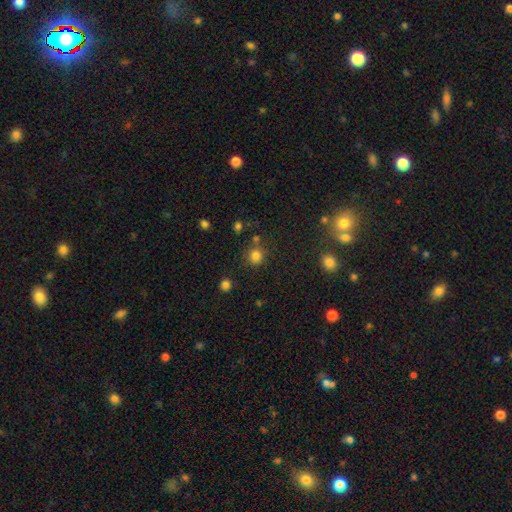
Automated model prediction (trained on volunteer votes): Q: Smooth or featured?
A: smooth (80%); runner-up: star or artifact (15%)
Q: How rounded?
A: round (88%); runner-up: in between (11%)
Q: Merging?
A: none (75%); runner-up: minor disturbance (11%)